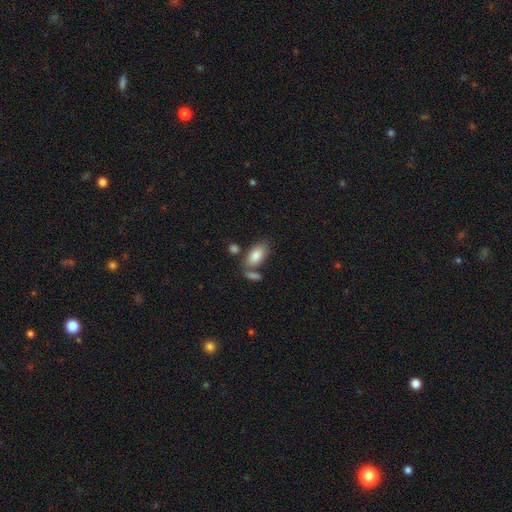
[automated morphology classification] The model was most divided on "merging": none: 61%, merger: 21%, minor disturbance: 14%, major disturbance: 4%. More confident: how rounded — in between (92%); smooth or featured — smooth (82%).